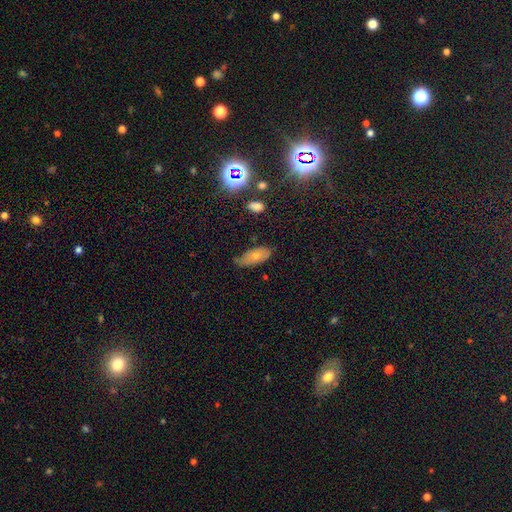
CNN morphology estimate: smooth-or-featured: smooth: 67% | featured or disk: 24% | star or artifact: 9%
  how-rounded: in between: 86% | cigar-shaped: 11% | round: 3%
  merging: none: 59% | minor disturbance: 31% | major disturbance: 8% | merger: 3%